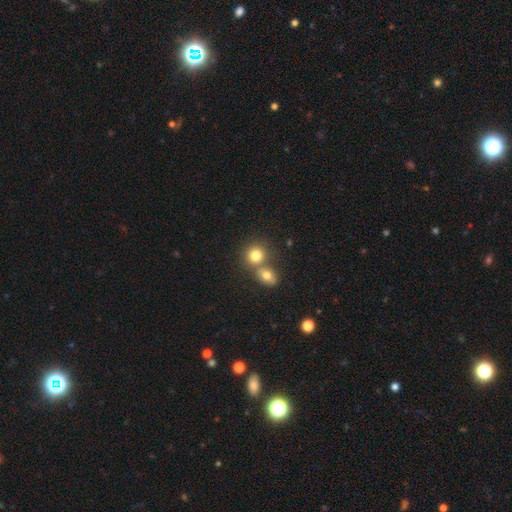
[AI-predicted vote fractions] A smooth galaxy with no disk features (79%) that is round (78%). Merging: none (45%).